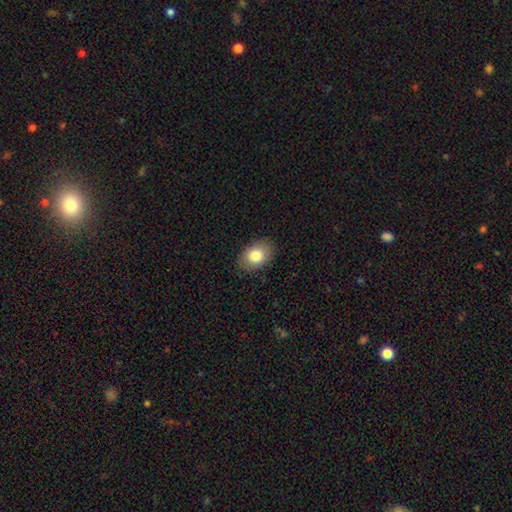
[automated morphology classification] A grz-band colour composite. It shows a smooth galaxy with no disk features (81%) that is in between round and cigar-shaped (77%). Merging: none (87%).